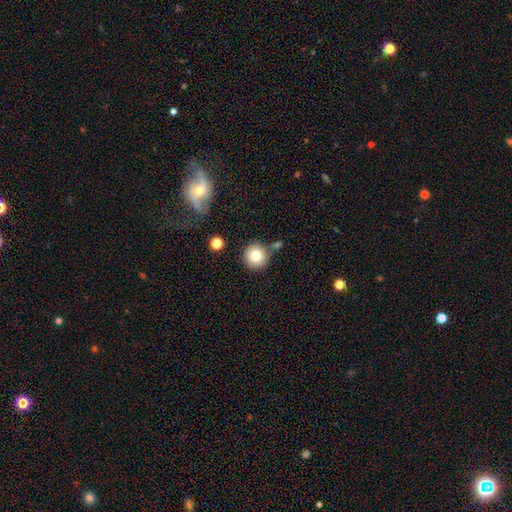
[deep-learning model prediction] Smooth or featured? Predicted: smooth (p=0.79). How rounded? Predicted: round (p=0.95). Merging? Predicted: none (p=0.77).